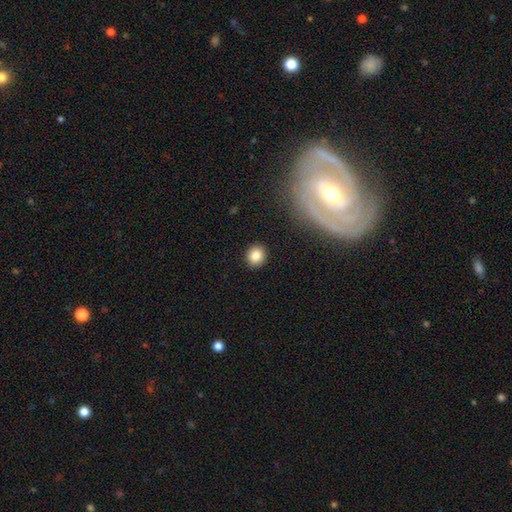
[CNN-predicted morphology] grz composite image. It shows a smooth galaxy with no disk features (83%) that is round (84%). Merging: none (91%).